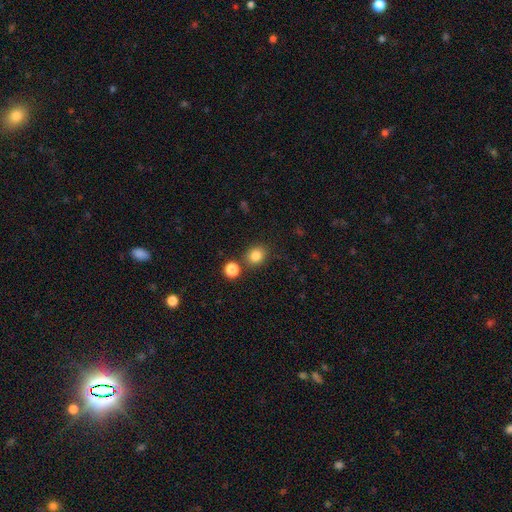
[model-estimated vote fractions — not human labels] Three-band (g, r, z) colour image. It shows a smooth galaxy with no disk features (83%) that is round (70%). Merging: none (78%).